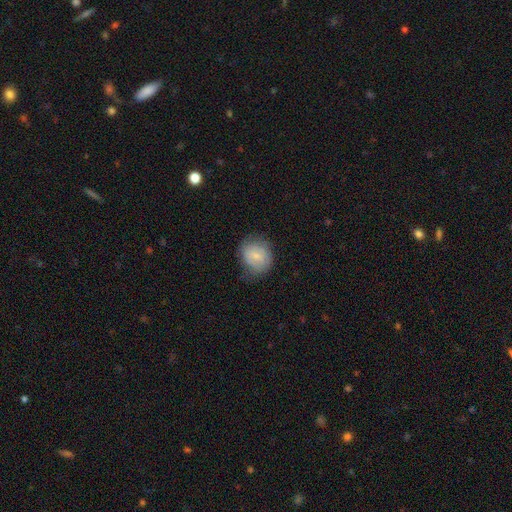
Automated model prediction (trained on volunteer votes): A smooth galaxy with no disk features (69%) that is round (72%). Merging: none (66%).